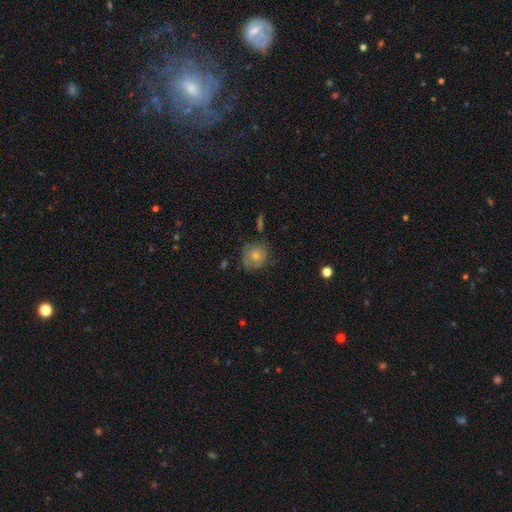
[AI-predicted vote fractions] Overall: smooth (71%). How rounded: round (80%). Merging: none (64%; minor disturbance 25%).